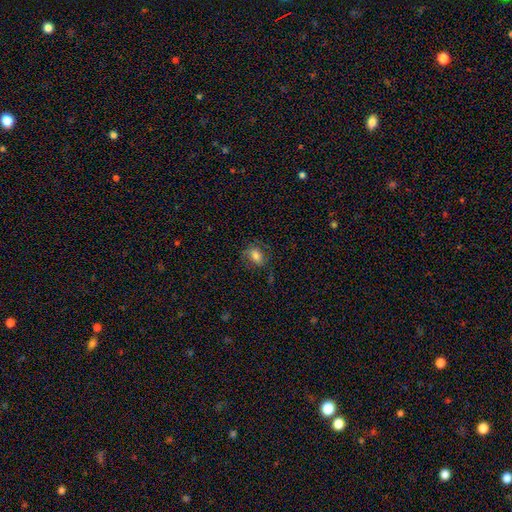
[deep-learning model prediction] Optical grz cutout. It shows a smooth galaxy with no disk features (65%) that is in between round and cigar-shaped (63%). Merging: none (66%).